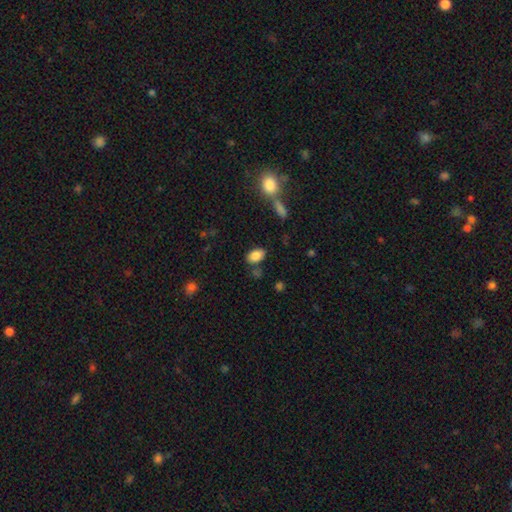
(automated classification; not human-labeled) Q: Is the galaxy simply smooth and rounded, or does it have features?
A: smooth — 84%.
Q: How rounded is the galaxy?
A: in between — 89%.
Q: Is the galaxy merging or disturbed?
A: none — 75%.